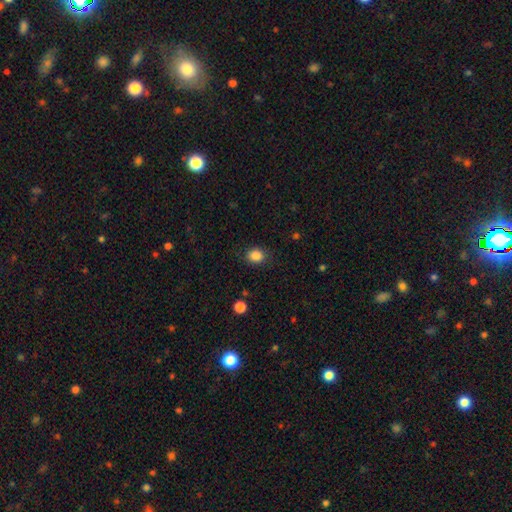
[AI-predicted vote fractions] Smooth or featured? smooth (86%)
How rounded? round (63%)
Merging? none (85%)